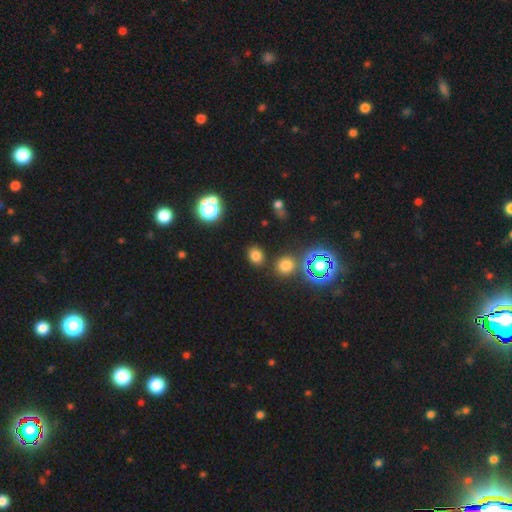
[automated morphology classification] The model was most divided on "how rounded": round: 51%, in between: 48%, cigar-shaped: 1%. More confident: merging — none (82%); smooth or featured — smooth (73%).